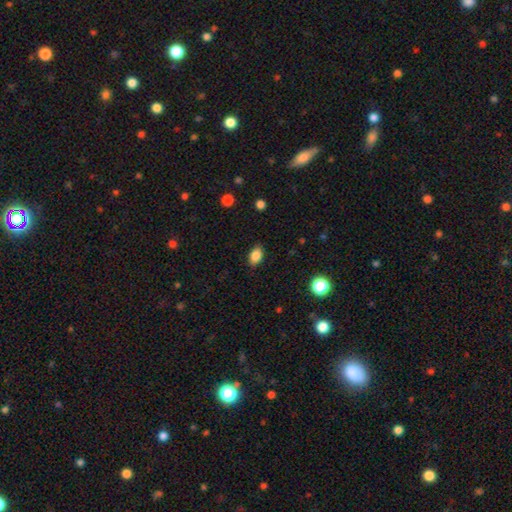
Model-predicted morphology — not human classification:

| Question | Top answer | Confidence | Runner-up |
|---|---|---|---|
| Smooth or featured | smooth | 85% | star or artifact (9%) |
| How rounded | in between | 87% | round (11%) |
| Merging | none | 86% | minor disturbance (10%) |